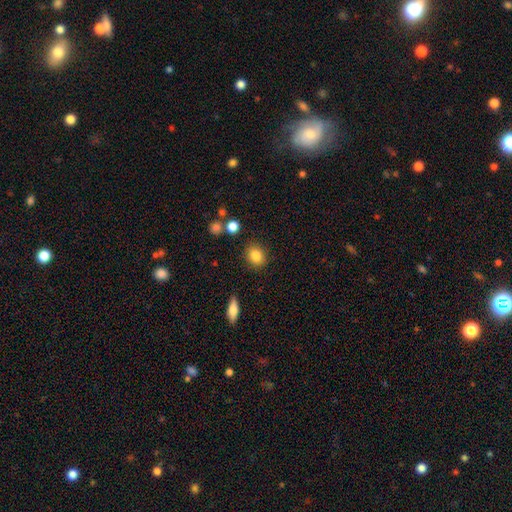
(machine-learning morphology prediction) Smooth or featured?
  - smooth: 85% *
  - star or artifact: 9%
  - featured or disk: 6%
How rounded?
  - round: 63% *
  - in between: 36%
  - cigar-shaped: 1%
Merging?
  - none: 86% *
  - minor disturbance: 8%
  - merger: 3%
  - major disturbance: 2%